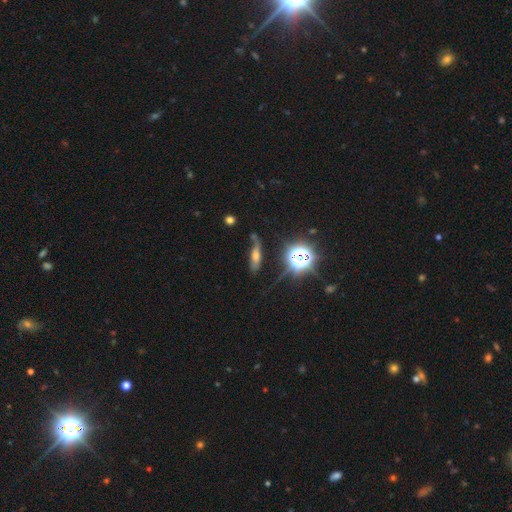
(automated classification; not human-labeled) smooth-or-featured: featured or disk: 39% | smooth: 36% | star or artifact: 26%
  merging: none: 56% | minor disturbance: 23% | major disturbance: 15% | merger: 6%